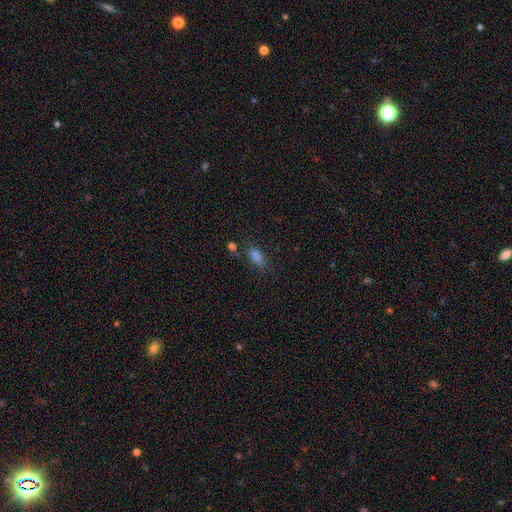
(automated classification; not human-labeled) Q: Smooth or featured?
A: smooth (76%); runner-up: star or artifact (16%)
Q: How rounded?
A: in between (77%); runner-up: cigar-shaped (18%)
Q: Merging?
A: none (67%); runner-up: minor disturbance (17%)